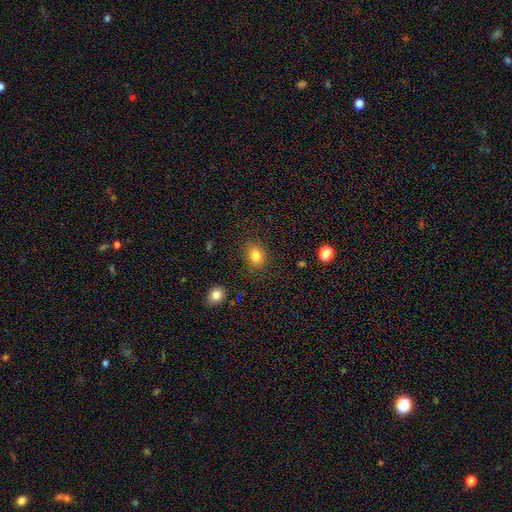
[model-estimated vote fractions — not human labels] smooth_or_featured: smooth (p=0.83) [alt: star or artifact p=0.11]
how_rounded: round (p=0.56) [alt: in between p=0.43]
merging: none (p=0.85) [alt: minor disturbance p=0.10]